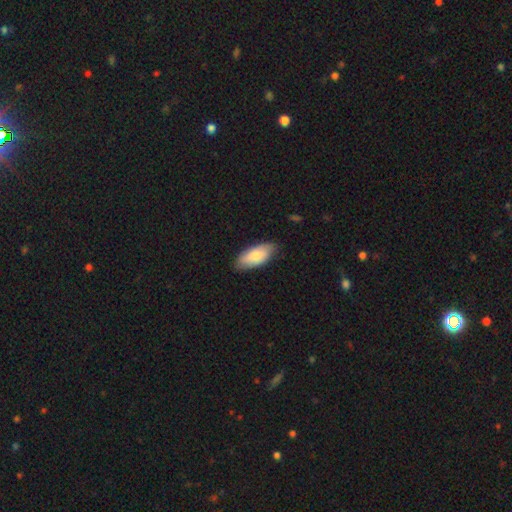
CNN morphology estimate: Smooth or featured? Predicted: smooth (p=0.77). How rounded? Predicted: in between (p=0.89). Merging? Predicted: none (p=0.80).